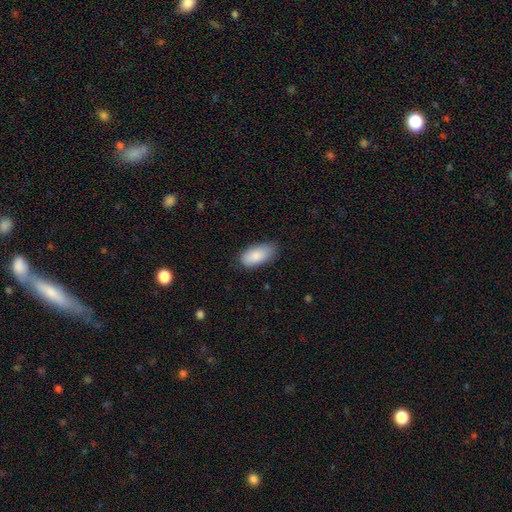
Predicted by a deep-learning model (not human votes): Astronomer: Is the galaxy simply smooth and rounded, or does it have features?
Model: smooth — 87%.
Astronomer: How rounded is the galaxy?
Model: in between — 92%.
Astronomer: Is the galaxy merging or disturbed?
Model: none — 74%.